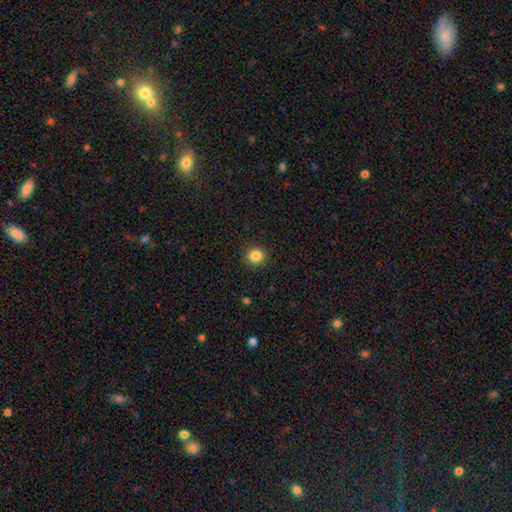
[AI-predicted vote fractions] Smooth or featured? Predicted: smooth (p=0.85). How rounded? Predicted: round (p=0.91). Merging? Predicted: none (p=0.91).